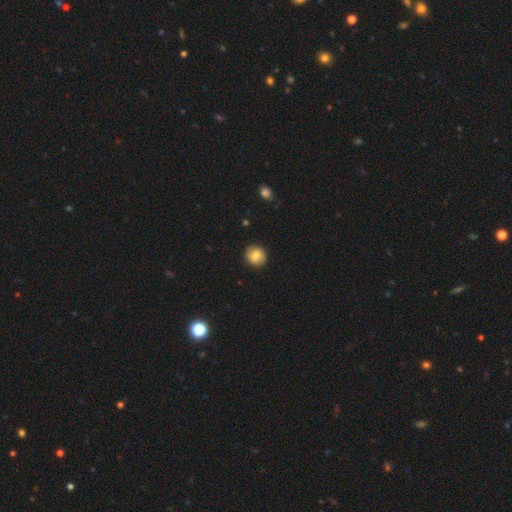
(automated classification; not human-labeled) Smooth or featured? smooth (79%)
How rounded? round (79%)
Merging? none (90%)